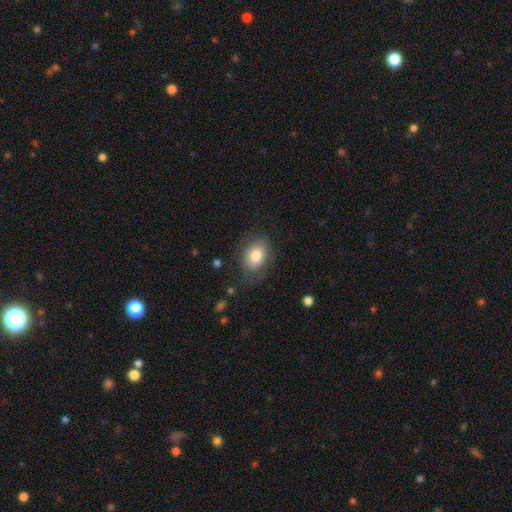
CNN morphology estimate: type=smooth (79%); roundness=in between (74%); merging=none (73%).